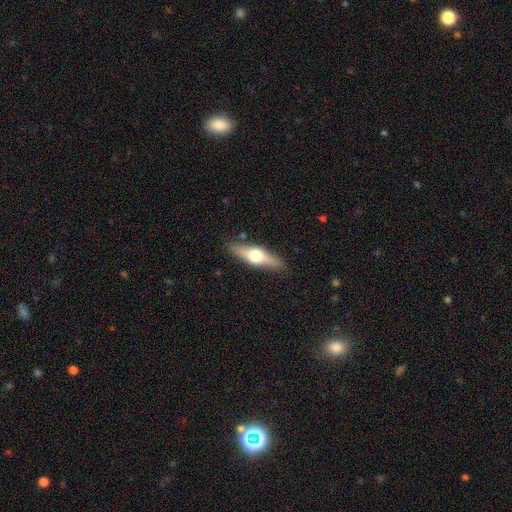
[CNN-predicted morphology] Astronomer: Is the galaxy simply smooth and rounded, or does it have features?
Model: featured or disk — 57% (runner-up: smooth, 37%).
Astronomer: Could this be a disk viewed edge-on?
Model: yes — 93%.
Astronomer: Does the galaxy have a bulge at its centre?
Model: rounded — 95%.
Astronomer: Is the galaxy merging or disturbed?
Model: none — 86%.